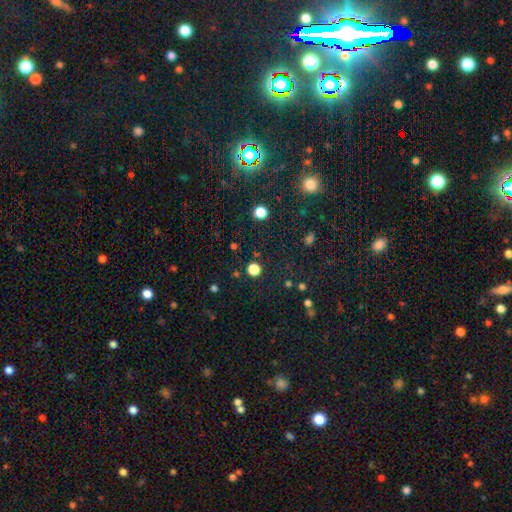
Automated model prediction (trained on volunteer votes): Morphology: type=star or artifact (76%).